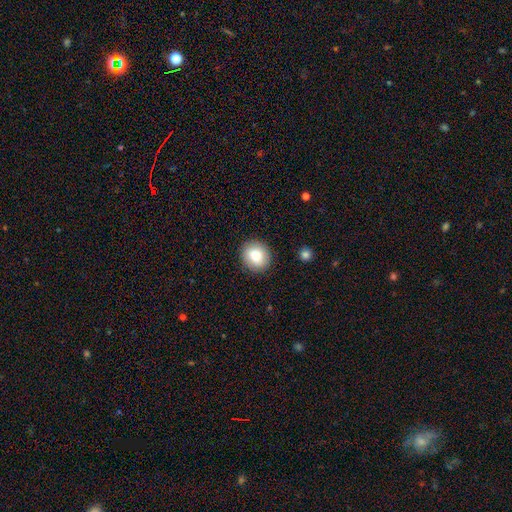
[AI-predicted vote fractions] Q: Smooth or featured?
A: smooth (83%); runner-up: featured or disk (9%)
Q: How rounded?
A: round (75%); runner-up: in between (24%)
Q: Merging?
A: none (88%); runner-up: minor disturbance (8%)